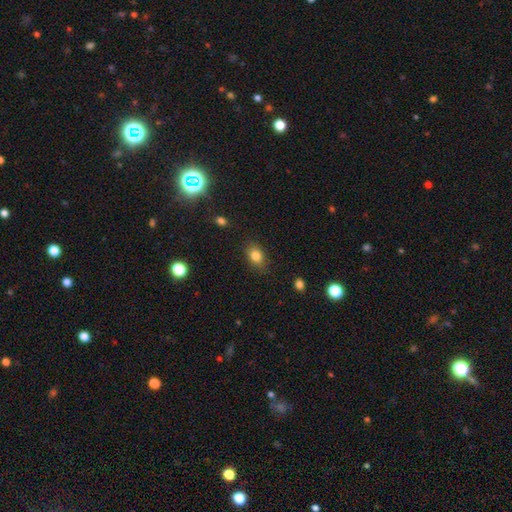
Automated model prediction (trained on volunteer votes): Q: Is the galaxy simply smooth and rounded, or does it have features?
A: smooth — 83%.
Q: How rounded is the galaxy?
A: in between — 72%.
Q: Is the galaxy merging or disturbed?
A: none — 80%.